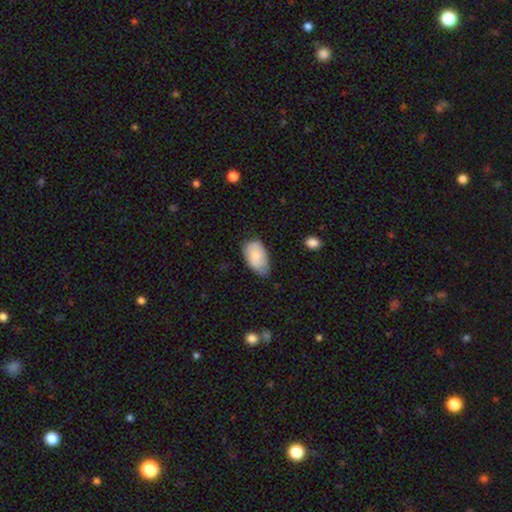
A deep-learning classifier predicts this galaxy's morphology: Smooth or featured? Predicted: smooth (p=0.77). How rounded? Predicted: in between (p=0.93). Merging? Predicted: none (p=0.51).